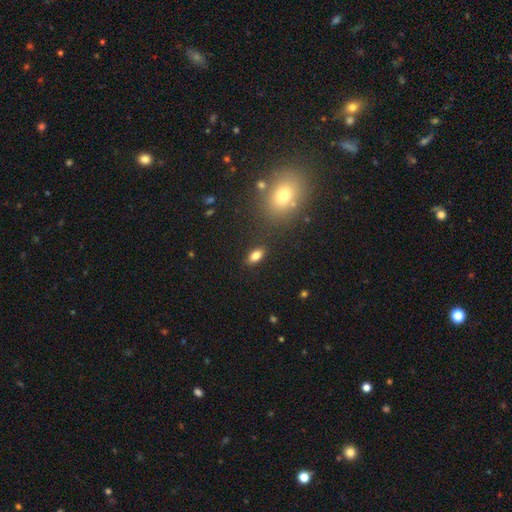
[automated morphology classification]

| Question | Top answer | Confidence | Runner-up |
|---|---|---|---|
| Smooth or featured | smooth | 81% | star or artifact (10%) |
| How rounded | in between | 89% | round (6%) |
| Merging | none | 86% | minor disturbance (9%) |